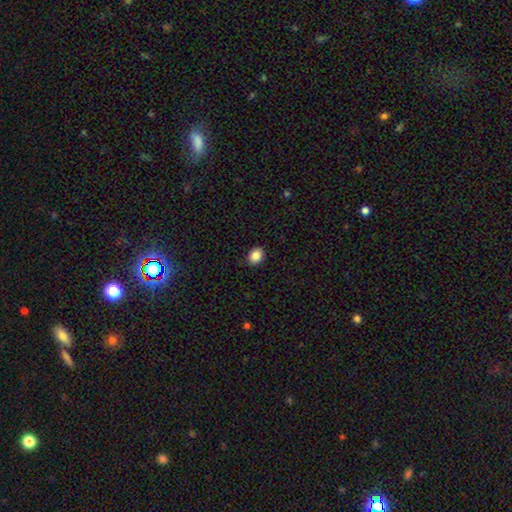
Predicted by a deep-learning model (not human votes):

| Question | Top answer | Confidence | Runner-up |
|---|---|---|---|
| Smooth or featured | smooth | 86% | star or artifact (9%) |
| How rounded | in between | 51% | round (48%) |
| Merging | none | 90% | minor disturbance (7%) |